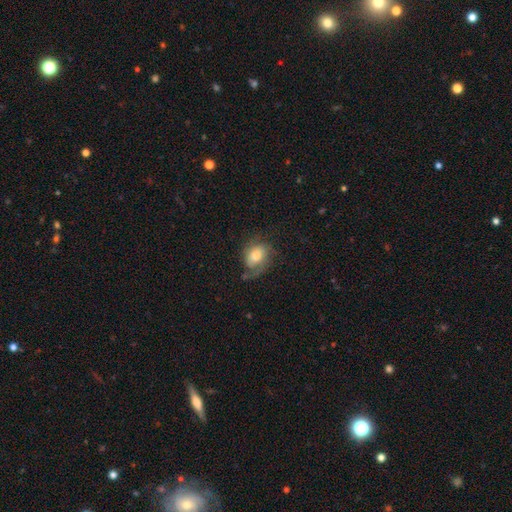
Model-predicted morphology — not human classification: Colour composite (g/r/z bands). It shows a featured or disk galaxy (49%). Merging: none (46%).